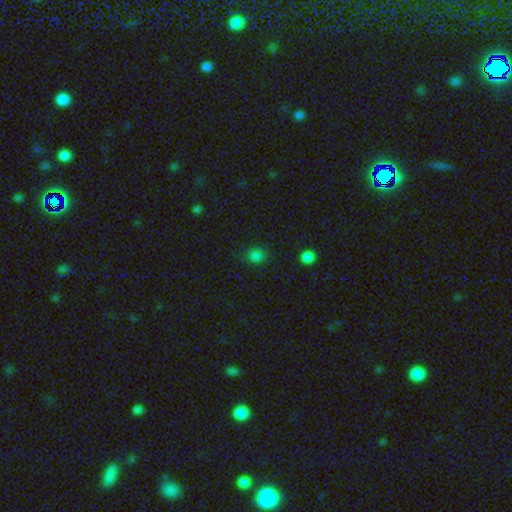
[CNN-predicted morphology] This appears to be a smooth galaxy with no disk features (78%) that is round (75%). Merging: none (80%).